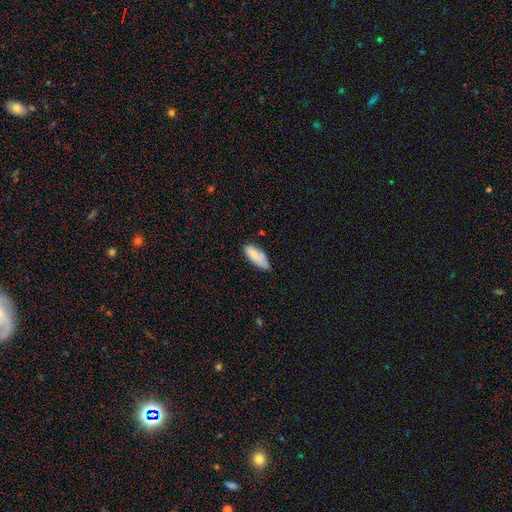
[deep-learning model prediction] A smooth galaxy with no disk features (77%) that is in between round and cigar-shaped (80%).

Vote fractions:
- Smooth or featured? smooth: 77% / featured or disk: 16% / star or artifact: 6%
- How rounded? in between: 80% / cigar-shaped: 18% / round: 2%
- Merging? none: 56% / minor disturbance: 35% / major disturbance: 6% / merger: 3%